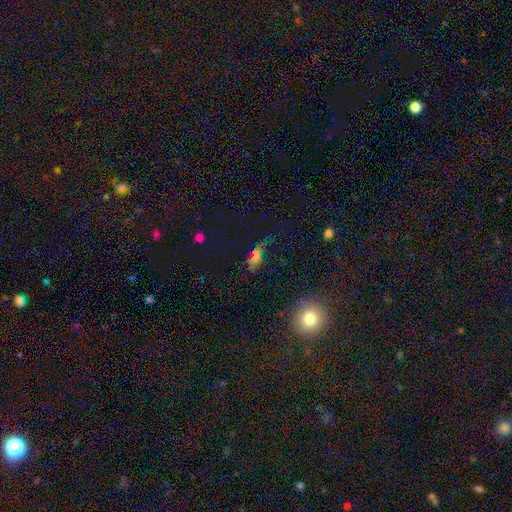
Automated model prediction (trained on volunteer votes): Q: Smooth or featured?
A: smooth (55%); runner-up: star or artifact (25%)
Q: How rounded?
A: in between (59%); runner-up: cigar-shaped (30%)
Q: Merging?
A: none (39%); runner-up: major disturbance (28%)